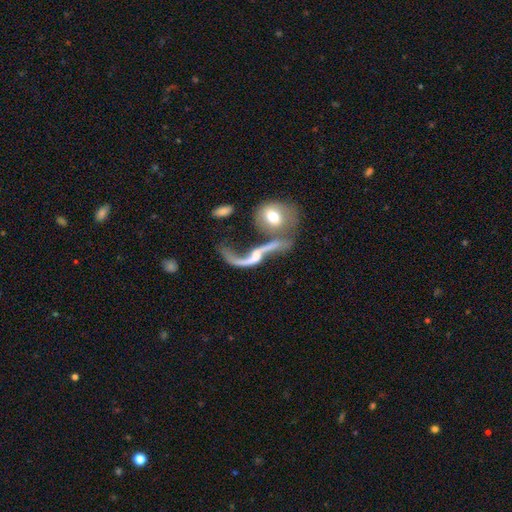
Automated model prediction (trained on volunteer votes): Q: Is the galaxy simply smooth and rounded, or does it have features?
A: featured or disk — 78%.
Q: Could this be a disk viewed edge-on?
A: no — 87%.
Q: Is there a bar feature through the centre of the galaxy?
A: no — 52%.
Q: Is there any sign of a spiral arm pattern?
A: yes — 82%.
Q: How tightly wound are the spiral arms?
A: loose — 93%.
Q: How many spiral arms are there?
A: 2 — 78%.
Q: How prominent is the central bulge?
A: moderate — 42%.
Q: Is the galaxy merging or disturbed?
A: merger — 42%.